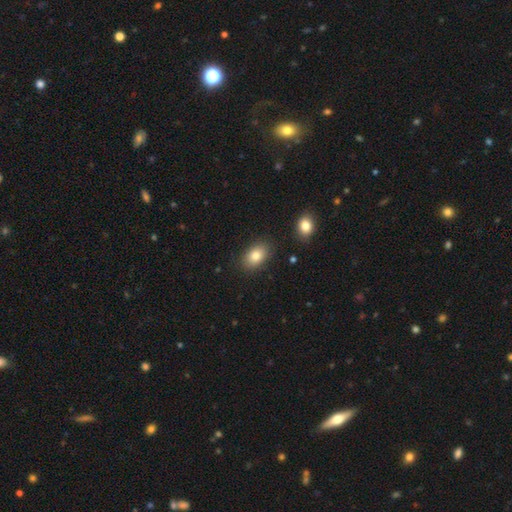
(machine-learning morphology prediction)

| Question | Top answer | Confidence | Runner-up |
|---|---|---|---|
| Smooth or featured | smooth | 83% | featured or disk (8%) |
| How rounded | in between | 86% | round (13%) |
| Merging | none | 85% | minor disturbance (10%) |